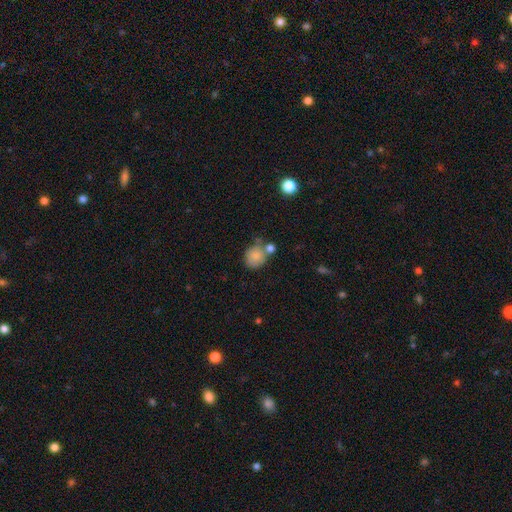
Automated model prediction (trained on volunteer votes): Smooth or featured?
  - smooth: 82% *
  - star or artifact: 9%
  - featured or disk: 9%
How rounded?
  - round: 73% *
  - in between: 26%
  - cigar-shaped: 1%
Merging?
  - none: 52% *
  - merger: 23%
  - minor disturbance: 19%
  - major disturbance: 6%